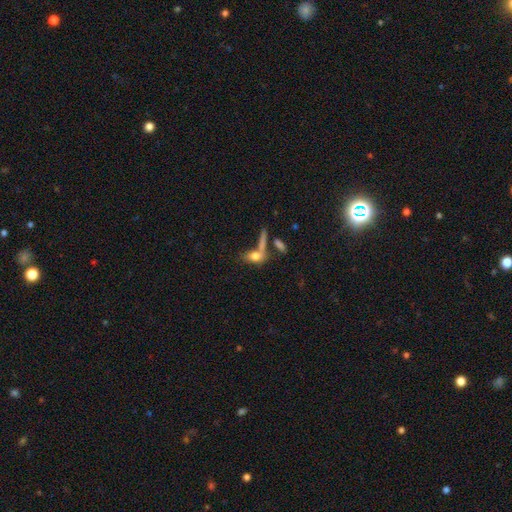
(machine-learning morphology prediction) The model was most divided on "smooth or featured": star or artifact: 49%, smooth: 30%, featured or disk: 21%.